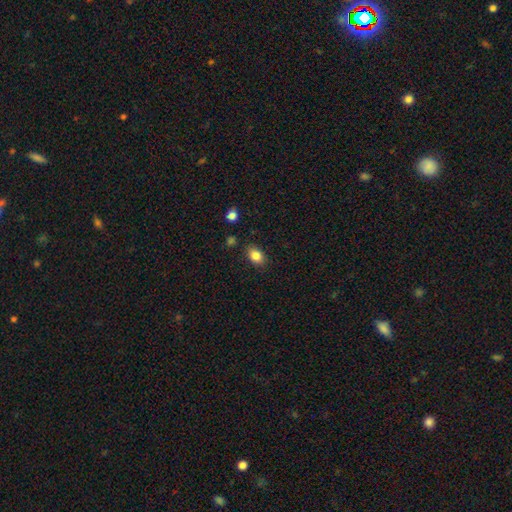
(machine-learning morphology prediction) type=smooth (85%); roundness=in between (78%); merging=none (84%).